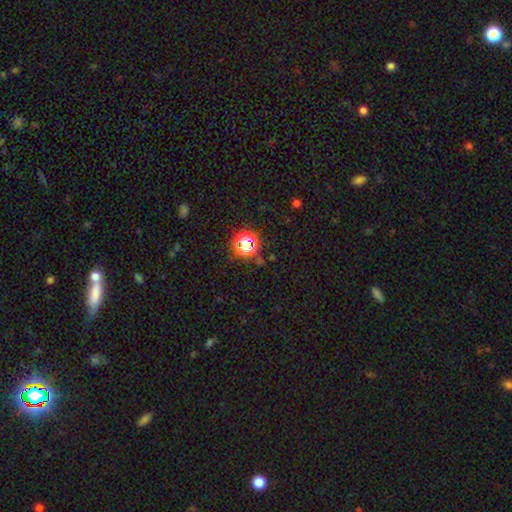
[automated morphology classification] The model was most divided on "smooth or featured": star or artifact: 66%, smooth: 28%, featured or disk: 7%.